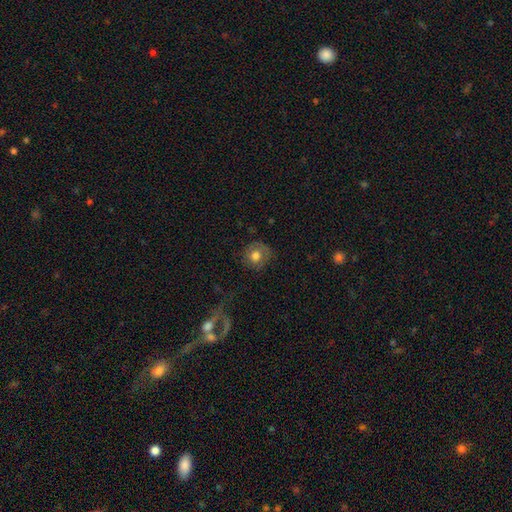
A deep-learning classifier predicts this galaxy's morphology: smooth_or_featured: smooth (p=0.68) [alt: featured or disk p=0.22]
how_rounded: round (p=0.85) [alt: in between p=0.14]
merging: none (p=0.69) [alt: minor disturbance p=0.19]